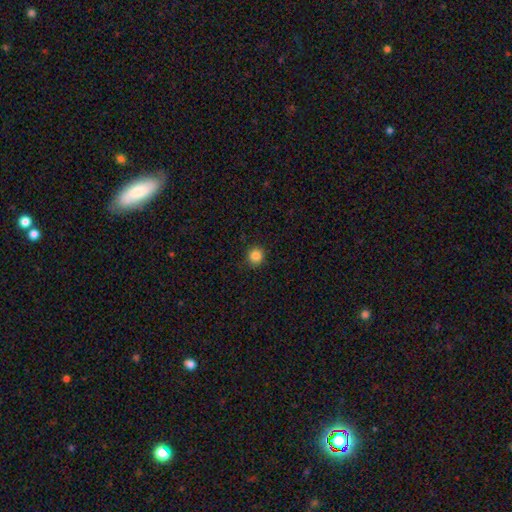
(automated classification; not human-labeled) Smooth or featured: smooth — 85% (star or artifact — 11%)
How rounded: round — 92% (in between — 7%)
Merging: none — 91% (minor disturbance — 7%)